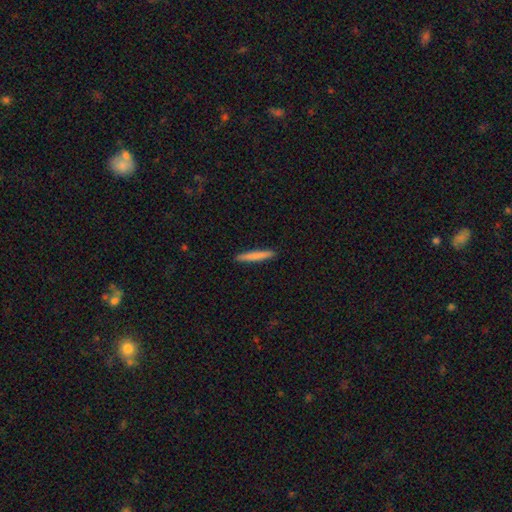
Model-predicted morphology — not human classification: Smooth or featured? Predicted: smooth (p=0.76). How rounded? Predicted: cigar-shaped (p=0.95). Merging? Predicted: none (p=0.92).